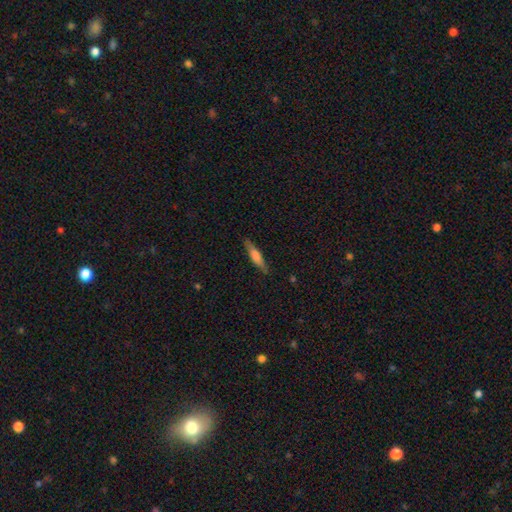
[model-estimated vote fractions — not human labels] Smooth or featured? Predicted: smooth (p=0.59). How rounded? Predicted: cigar-shaped (p=0.83). Merging? Predicted: none (p=0.85).